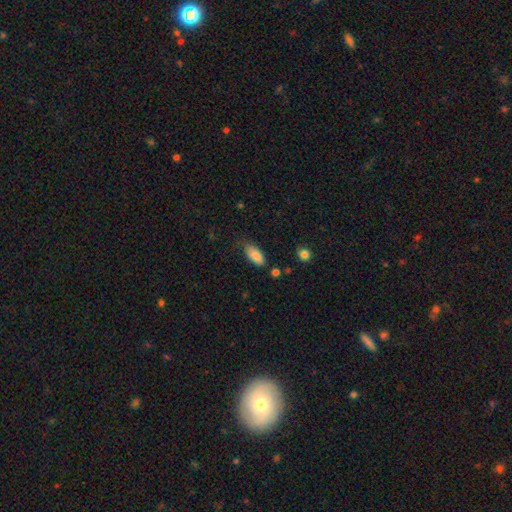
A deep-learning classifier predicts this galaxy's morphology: Smooth or featured?
  - smooth: 86% *
  - star or artifact: 7%
  - featured or disk: 7%
How rounded?
  - in between: 89% *
  - cigar-shaped: 9%
  - round: 2%
Merging?
  - none: 67% *
  - minor disturbance: 25%
  - major disturbance: 5%
  - merger: 3%